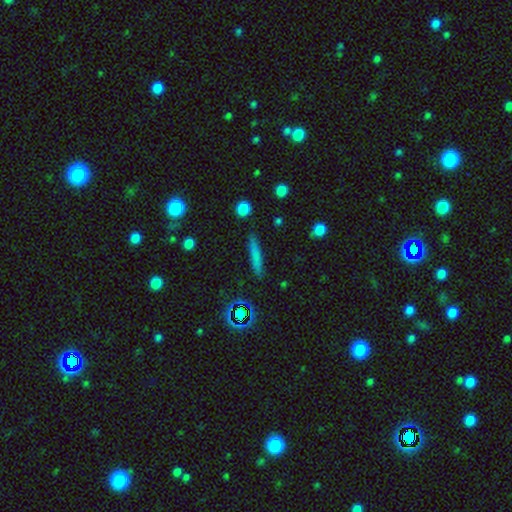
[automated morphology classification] Smooth or featured? smooth (70%)
How rounded? cigar-shaped (92%)
Merging? none (87%)